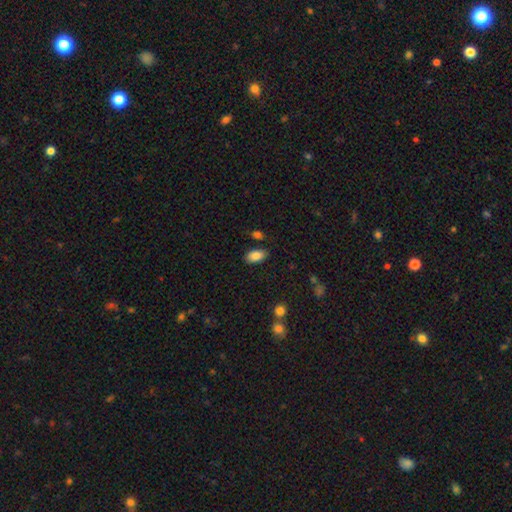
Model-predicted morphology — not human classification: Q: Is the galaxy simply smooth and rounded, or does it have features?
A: smooth — 86%.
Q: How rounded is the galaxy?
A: in between — 94%.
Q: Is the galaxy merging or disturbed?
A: none — 83%.